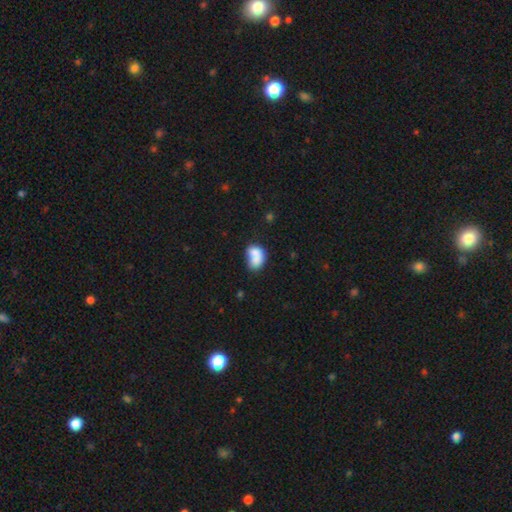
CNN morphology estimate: This appears to be a smooth galaxy with no disk features (74%) that is in between round and cigar-shaped (68%). Merging: merger (57%).